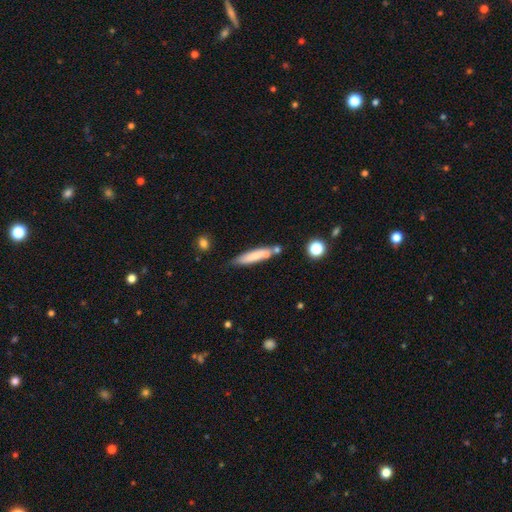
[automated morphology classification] smooth 72%, featured or disk 20%, star or artifact 7%. Down the decision tree: how rounded — cigar-shaped (85%); merging — none (65%).